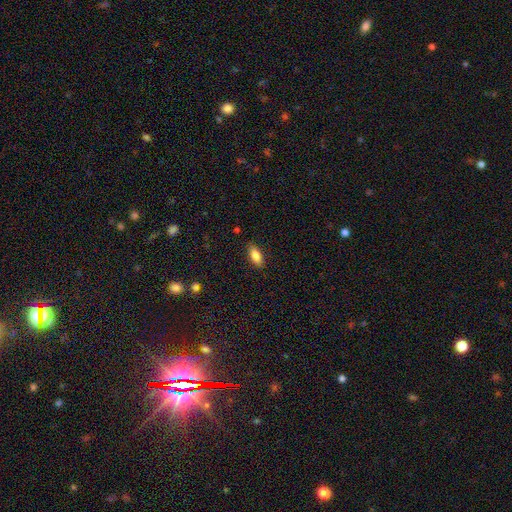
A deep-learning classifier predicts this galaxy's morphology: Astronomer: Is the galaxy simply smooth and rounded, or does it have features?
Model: smooth — 85%.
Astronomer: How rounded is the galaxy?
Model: in between — 86%.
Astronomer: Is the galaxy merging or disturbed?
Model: none — 86%.